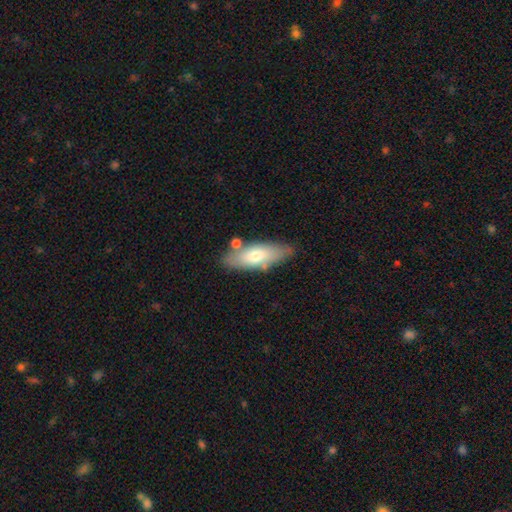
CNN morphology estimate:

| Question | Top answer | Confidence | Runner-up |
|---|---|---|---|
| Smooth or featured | smooth | 66% | featured or disk (28%) |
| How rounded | in between | 65% | cigar-shaped (33%) |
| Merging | none | 76% | minor disturbance (14%) |